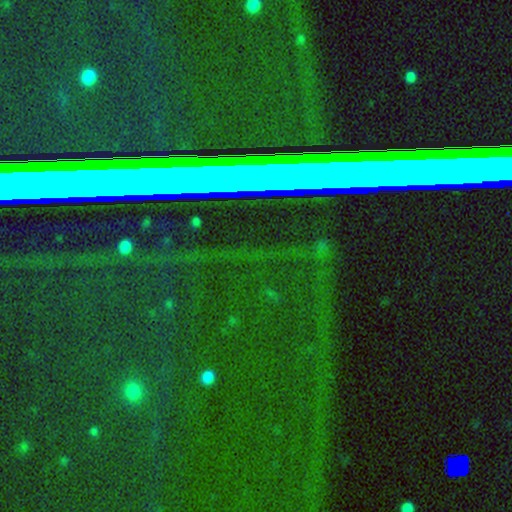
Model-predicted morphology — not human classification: A star or artifact, not a galaxy (81%).